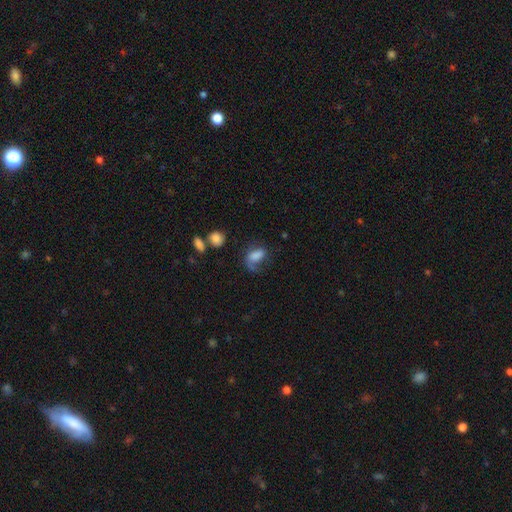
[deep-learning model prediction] Overall: smooth (62%; featured or disk 27%). How rounded: in between (84%). Merging: none (38%; major disturbance 34%).